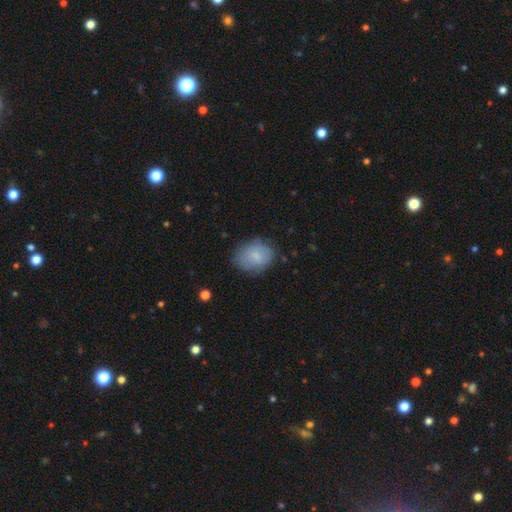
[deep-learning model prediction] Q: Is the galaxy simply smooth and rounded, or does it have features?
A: smooth — 77%.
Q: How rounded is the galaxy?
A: in between — 59%.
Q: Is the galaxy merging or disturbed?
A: none — 71%.